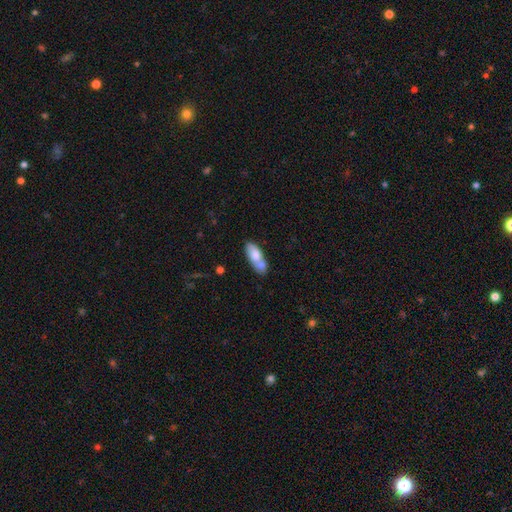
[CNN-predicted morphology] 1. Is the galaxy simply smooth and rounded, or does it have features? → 73% smooth, 20% featured or disk, 7% star or artifact.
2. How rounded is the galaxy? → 77% in between, 19% cigar-shaped, 4% round.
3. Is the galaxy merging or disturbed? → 46% merger, 36% none, 13% minor disturbance, 5% major disturbance.